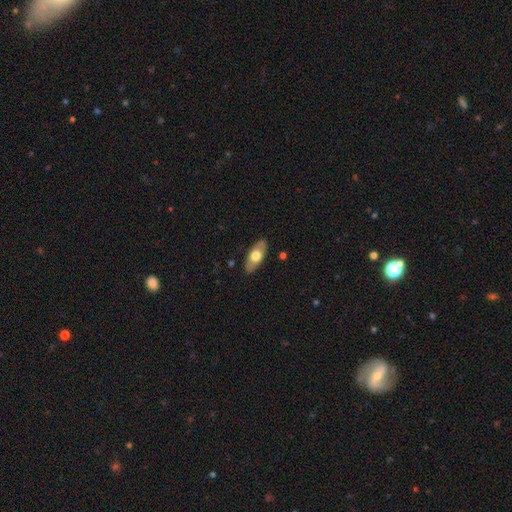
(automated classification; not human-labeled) Smooth or featured: smooth — 57% (featured or disk — 37%)
How rounded: in between — 85% (cigar-shaped — 11%)
Merging: none — 86% (minor disturbance — 11%)